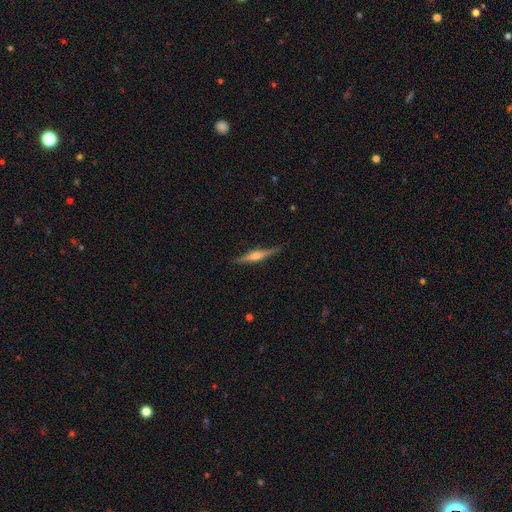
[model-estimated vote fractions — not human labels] Morphology: type=featured or disk (76%); edge-on=yes (98%); edge-on bulge=rounded (85%); merging=none (89%).